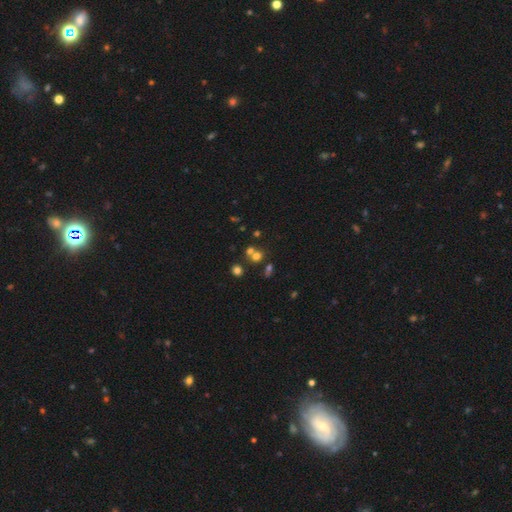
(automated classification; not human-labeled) smooth 60%, star or artifact 26%, featured or disk 14%. Down the decision tree: how rounded — round (77%); merging — none (50%).